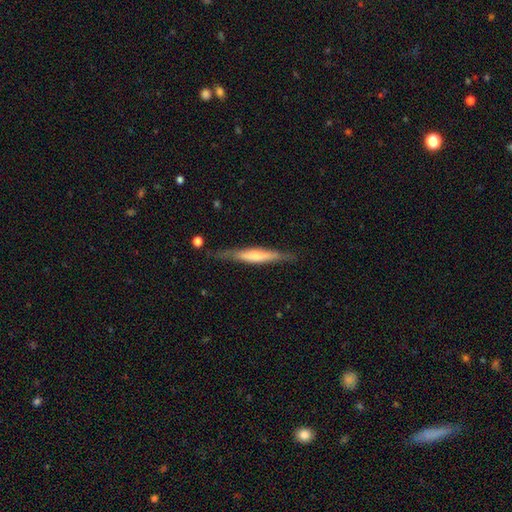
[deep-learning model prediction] A featured or disk galaxy (52%) viewed edge-on (94%).

Vote fractions:
- Smooth or featured? featured or disk: 52% / smooth: 43% / star or artifact: 6%
- Edge-on disk? yes: 94% / no: 6%
- Merging? none: 81% / minor disturbance: 14% / major disturbance: 3% / merger: 2%